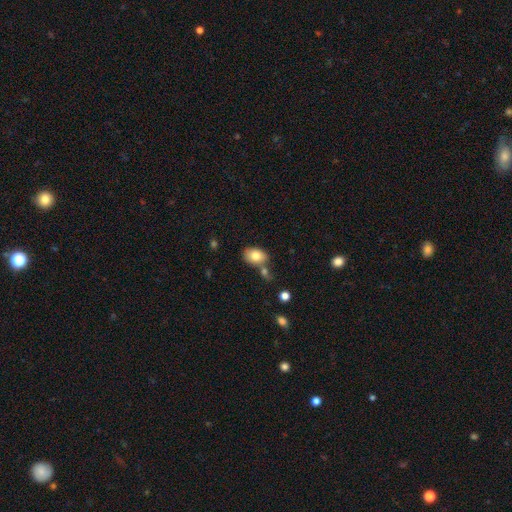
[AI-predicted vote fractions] Overall: smooth (80%). How rounded: in between (79%). Merging: none (59%; merger 21%).